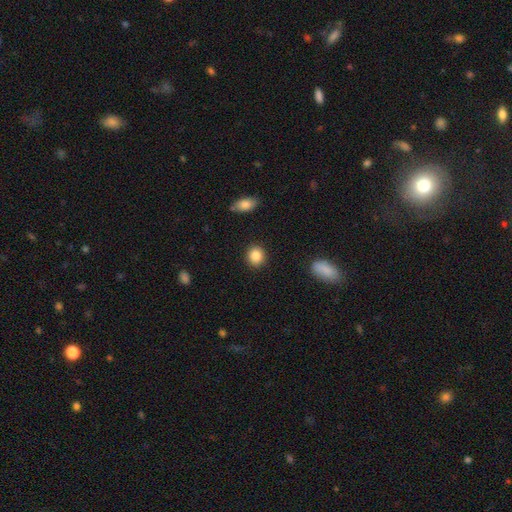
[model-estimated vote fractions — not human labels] This appears to be a smooth galaxy with no disk features (87%) that is round (79%). Merging: none (90%).